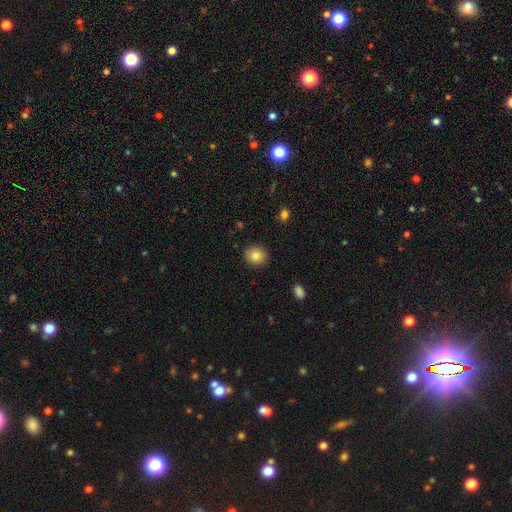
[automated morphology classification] A smooth galaxy with no disk features (86%) that is round (78%).

Vote fractions:
- Smooth or featured? smooth: 86% / star or artifact: 9% / featured or disk: 5%
- How rounded? round: 78% / in between: 21% / cigar-shaped: 1%
- Merging? none: 89% / minor disturbance: 8% / major disturbance: 2% / merger: 1%